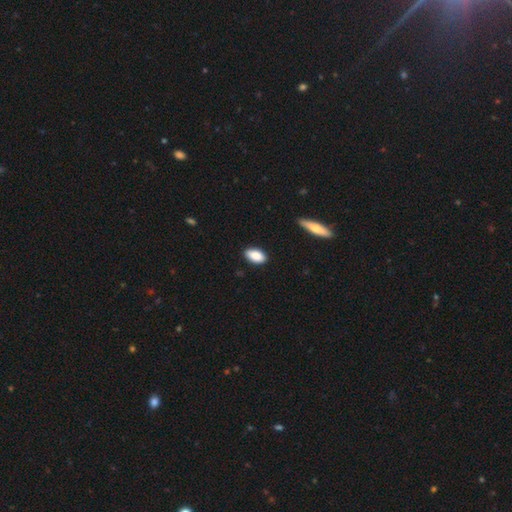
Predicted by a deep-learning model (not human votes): This is clearly a smooth galaxy (88%). How rounded: clearly in between (92%). Merging: clearly none (87%).